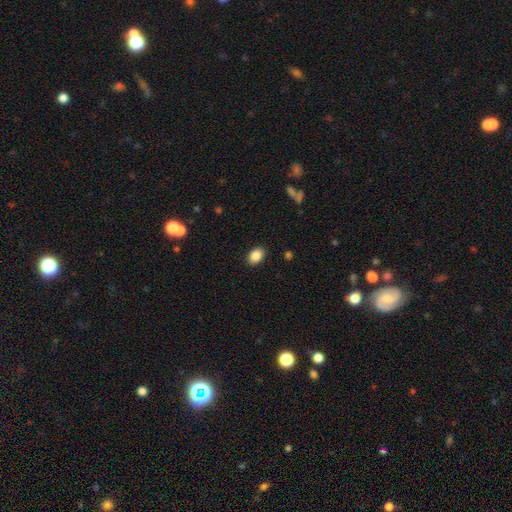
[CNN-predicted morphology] smooth 87%, star or artifact 8%, featured or disk 4%. Down the decision tree: how rounded — in between (79%); merging — none (89%).